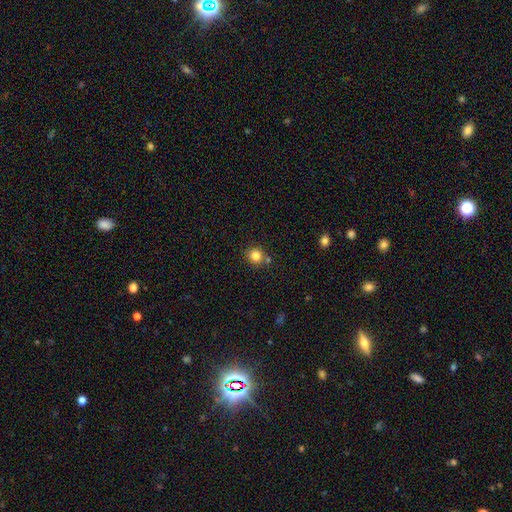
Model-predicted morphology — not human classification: smooth-or-featured: smooth: 83% | star or artifact: 12% | featured or disk: 5%
  how-rounded: round: 87% | in between: 12% | cigar-shaped: 1%
  merging: none: 77% | merger: 11% | minor disturbance: 9% | major disturbance: 3%